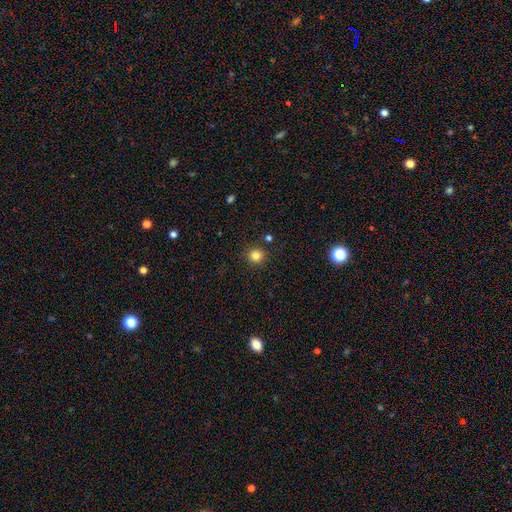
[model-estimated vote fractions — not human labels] Morphology: type=smooth (82%); roundness=round (93%); merging=none (89%).